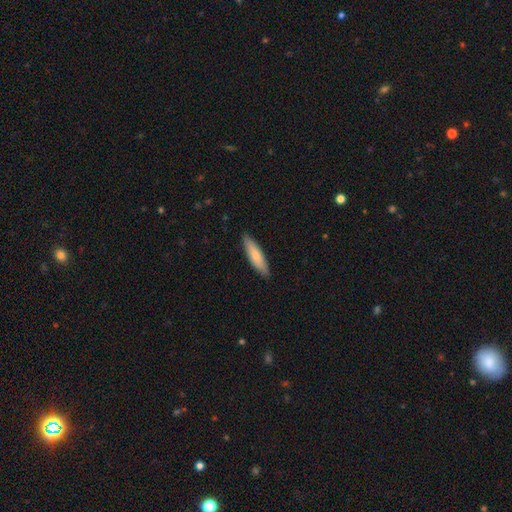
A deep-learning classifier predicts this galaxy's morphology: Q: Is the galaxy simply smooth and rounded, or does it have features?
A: smooth — 73%.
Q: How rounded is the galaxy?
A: cigar-shaped — 67%.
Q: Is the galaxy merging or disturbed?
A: none — 88%.